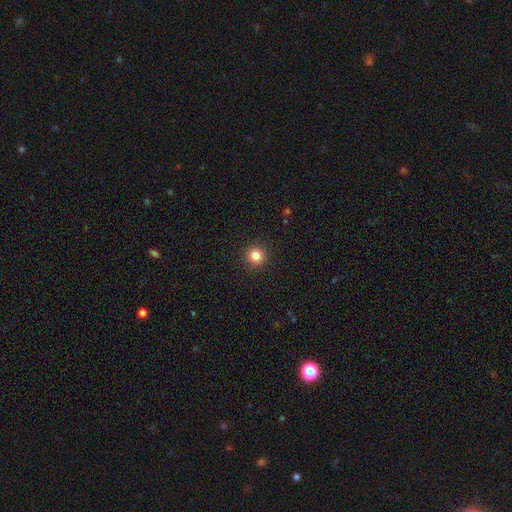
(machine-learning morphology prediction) smooth_or_featured: smooth (p=0.83) [alt: star or artifact p=0.12]
how_rounded: round (p=0.95) [alt: in between p=0.04]
merging: none (p=0.93) [alt: minor disturbance p=0.05]